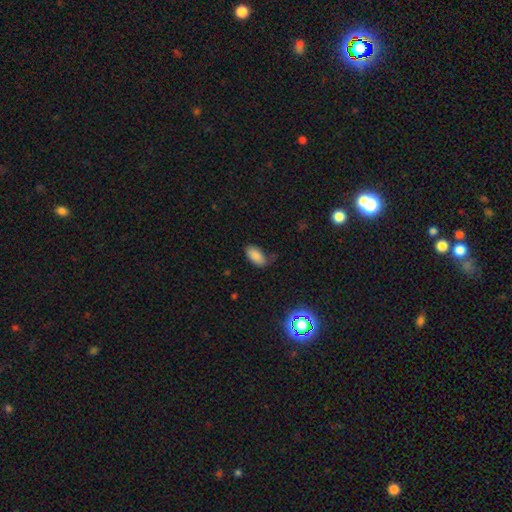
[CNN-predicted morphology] Smooth or featured?
  - smooth: 84% *
  - star or artifact: 11%
  - featured or disk: 6%
How rounded?
  - in between: 94% *
  - round: 3%
  - cigar-shaped: 3%
Merging?
  - none: 64% *
  - minor disturbance: 27%
  - major disturbance: 6%
  - merger: 2%